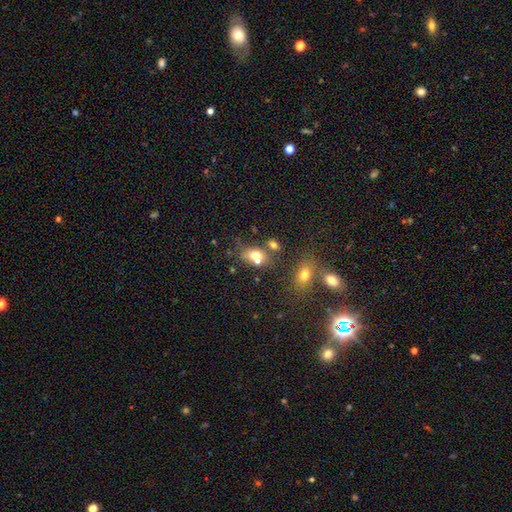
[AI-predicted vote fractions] Smooth or featured? Predicted: smooth (p=0.68). How rounded? Predicted: in between (p=0.66). Merging? Predicted: merger (p=0.40).